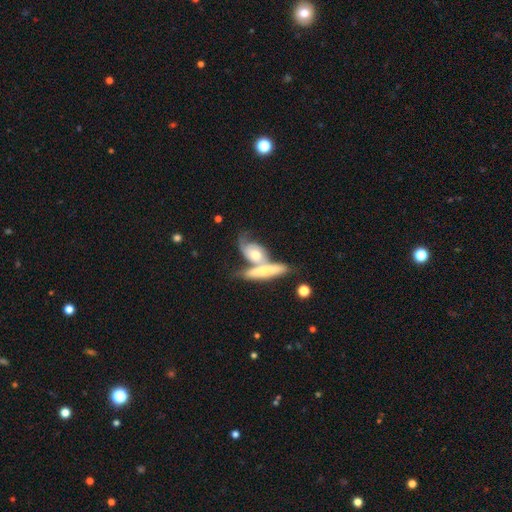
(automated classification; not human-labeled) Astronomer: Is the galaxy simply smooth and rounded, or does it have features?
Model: featured or disk — 61%.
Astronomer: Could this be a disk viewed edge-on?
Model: no — 64%.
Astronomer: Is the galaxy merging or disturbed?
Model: merger — 51% (runner-up: none, 30%).